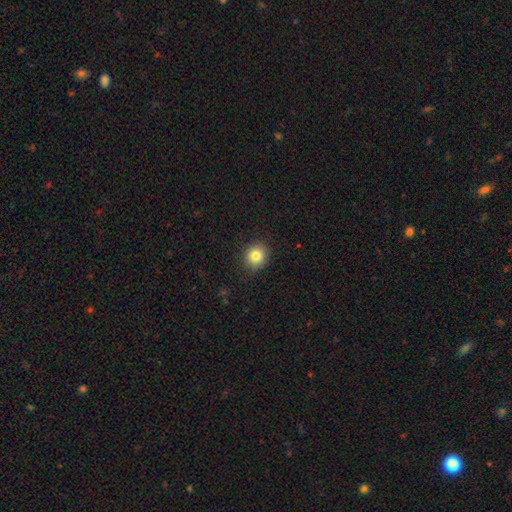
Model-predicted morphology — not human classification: Smooth or featured?
  - smooth: 83% *
  - star or artifact: 11%
  - featured or disk: 6%
How rounded?
  - round: 86% *
  - in between: 13%
  - cigar-shaped: 1%
Merging?
  - none: 88% *
  - minor disturbance: 8%
  - major disturbance: 2%
  - merger: 1%